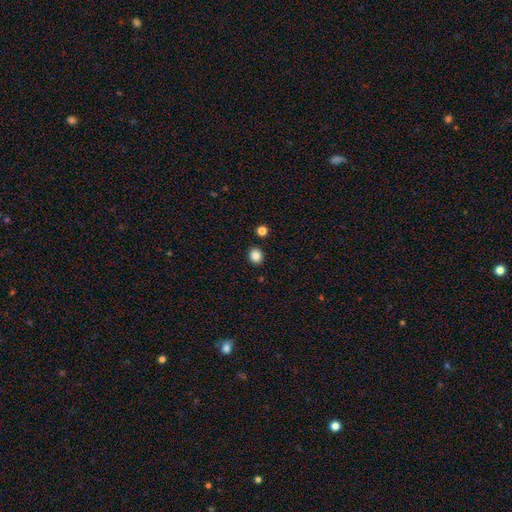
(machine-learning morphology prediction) smooth-or-featured: smooth: 86% | star or artifact: 11% | featured or disk: 4%
  how-rounded: round: 76% | in between: 23% | cigar-shaped: 1%
  merging: none: 90% | minor disturbance: 6% | merger: 3% | major disturbance: 2%